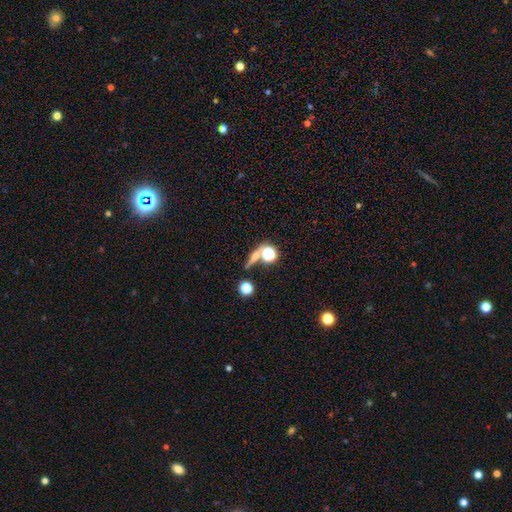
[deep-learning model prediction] Q: Smooth or featured?
A: smooth (47%); runner-up: star or artifact (30%)
Q: Merging?
A: none (58%); runner-up: merger (22%)